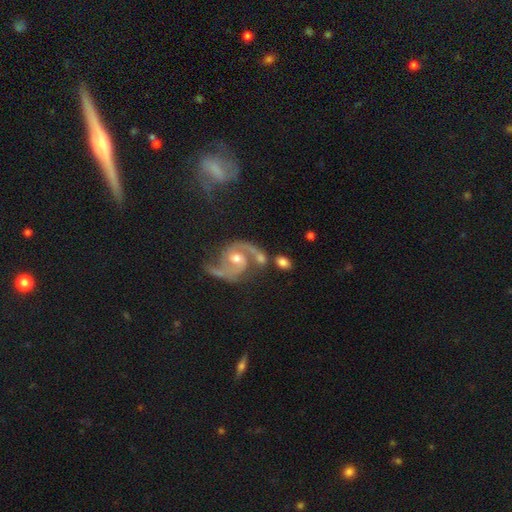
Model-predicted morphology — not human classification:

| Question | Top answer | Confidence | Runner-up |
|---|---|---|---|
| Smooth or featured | featured or disk | 89% | star or artifact (6%) |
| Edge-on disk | no | 98% | yes (2%) |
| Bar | no | 51% | weak (38%) |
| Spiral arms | yes | 97% | no (3%) |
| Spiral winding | medium | 57% | loose (26%) |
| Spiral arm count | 2 | 92% | 1 (2%) |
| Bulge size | moderate | 61% | small (32%) |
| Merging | none | 53% | minor disturbance (18%) |